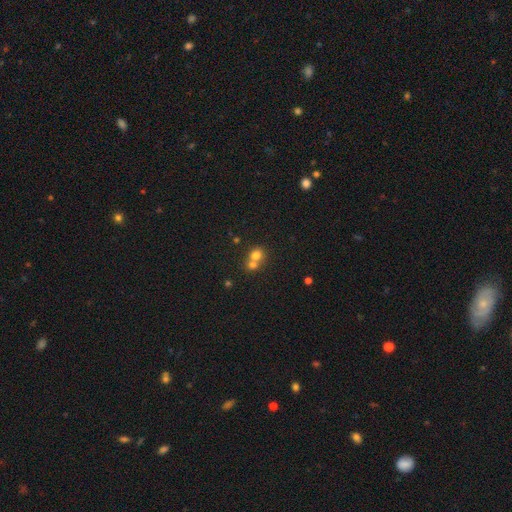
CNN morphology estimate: smooth-or-featured: smooth: 74% | star or artifact: 14% | featured or disk: 13%
  how-rounded: round: 77% | in between: 22% | cigar-shaped: 1%
  merging: merger: 59% | none: 33% | minor disturbance: 5% | major disturbance: 2%